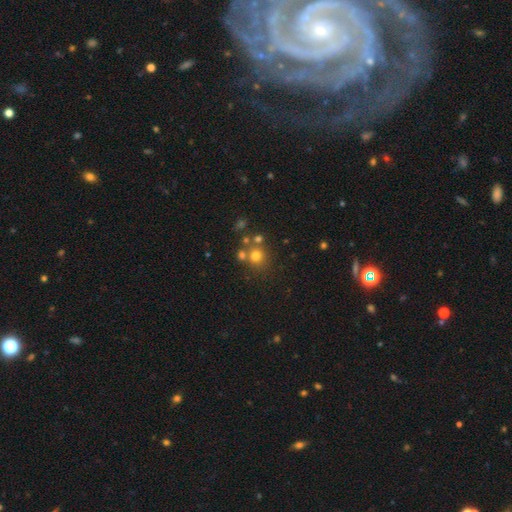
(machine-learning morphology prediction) Smooth or featured?
  - smooth: 70% *
  - star or artifact: 19%
  - featured or disk: 12%
How rounded?
  - round: 87% *
  - in between: 12%
  - cigar-shaped: 1%
Merging?
  - none: 64% *
  - merger: 22%
  - minor disturbance: 9%
  - major disturbance: 4%